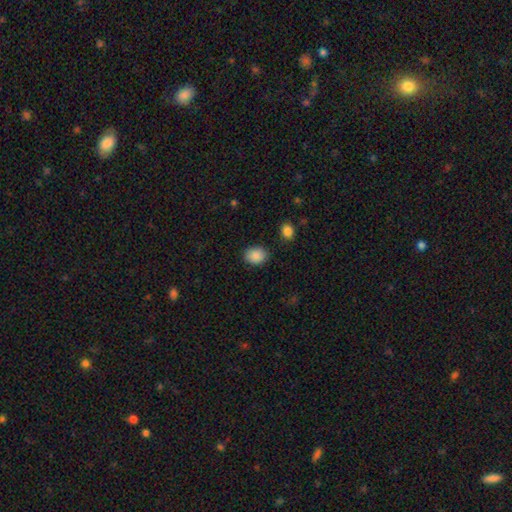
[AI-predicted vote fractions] Smooth or featured?
  - smooth: 88% *
  - star or artifact: 8%
  - featured or disk: 4%
How rounded?
  - in between: 52% *
  - round: 47%
  - cigar-shaped: 1%
Merging?
  - none: 85% *
  - minor disturbance: 10%
  - major disturbance: 3%
  - merger: 2%